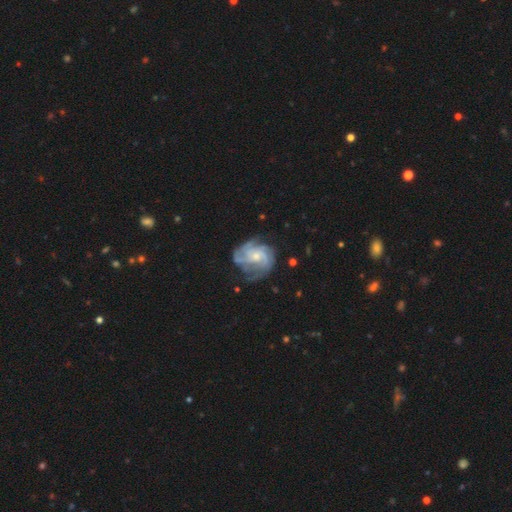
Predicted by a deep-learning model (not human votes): featured or disk 85%, smooth 9%, star or artifact 6%. Down the decision tree: edge-on disk — no (98%); bar — no (66%); spiral arms — yes (95%); spiral arm count — 3 (27%); spiral winding — tight (50%); bulge size — small (47%); merging — none (64%).